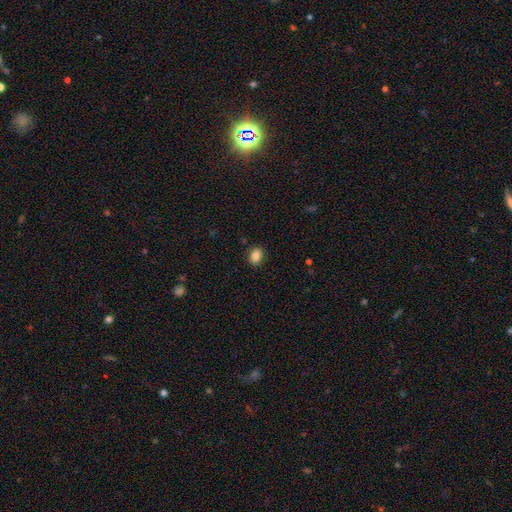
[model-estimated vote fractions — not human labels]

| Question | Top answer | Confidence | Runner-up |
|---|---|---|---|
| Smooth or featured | smooth | 86% | star or artifact (9%) |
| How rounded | in between | 69% | round (30%) |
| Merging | none | 88% | minor disturbance (8%) |